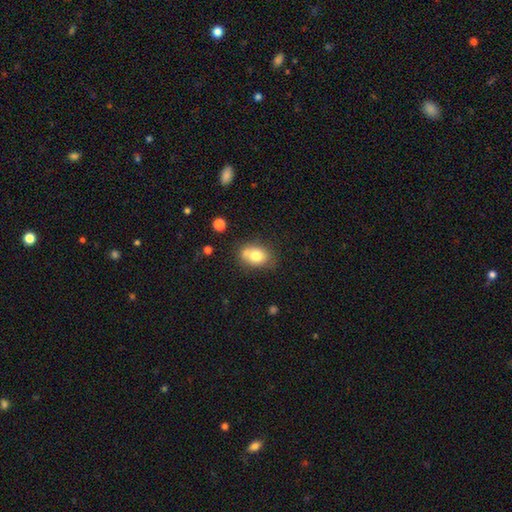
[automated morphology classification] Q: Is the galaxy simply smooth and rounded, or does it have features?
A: smooth — 76%.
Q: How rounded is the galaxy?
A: in between — 69%.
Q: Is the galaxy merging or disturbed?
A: none — 54%.